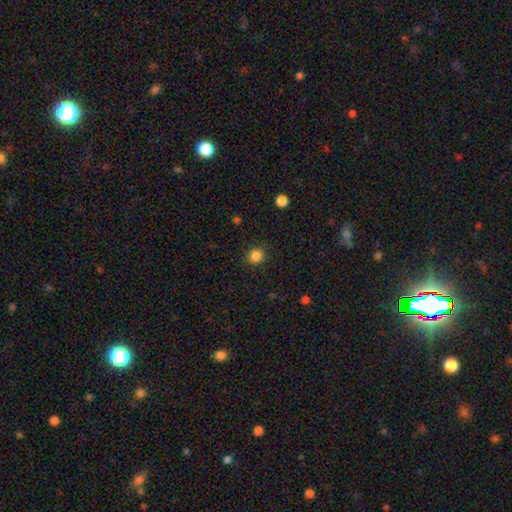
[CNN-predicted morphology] Smooth or featured? Predicted: smooth (p=0.85). How rounded? Predicted: round (p=0.89). Merging? Predicted: none (p=0.89).